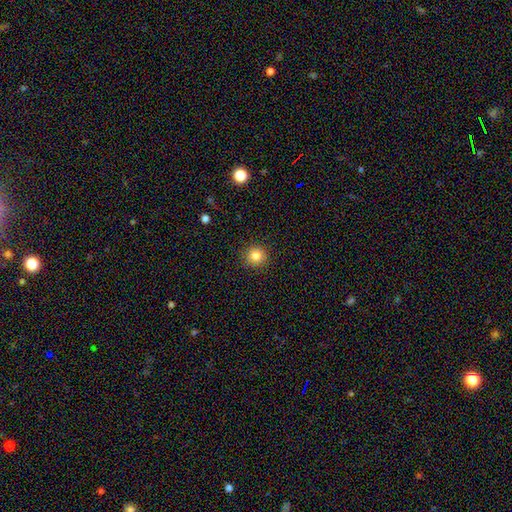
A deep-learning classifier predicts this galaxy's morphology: This appears to be a smooth galaxy with no disk features (83%) that is round (93%). Merging: none (90%).